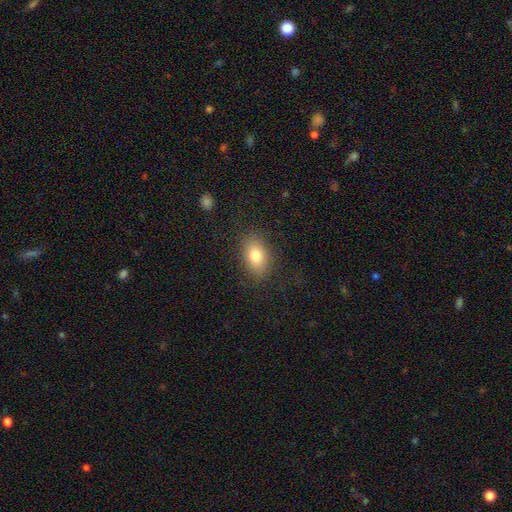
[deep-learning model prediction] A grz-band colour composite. It shows a smooth galaxy with no disk features (79%) that is in between round and cigar-shaped (85%). Merging: none (83%).